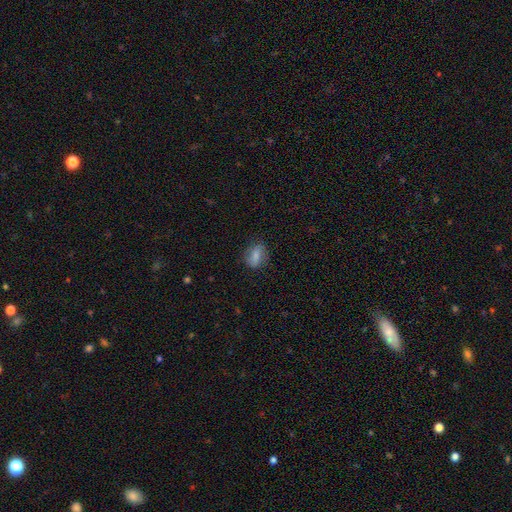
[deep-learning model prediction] smooth 74%, featured or disk 18%, star or artifact 8%. Down the decision tree: how rounded — in between (75%); merging — none (75%).